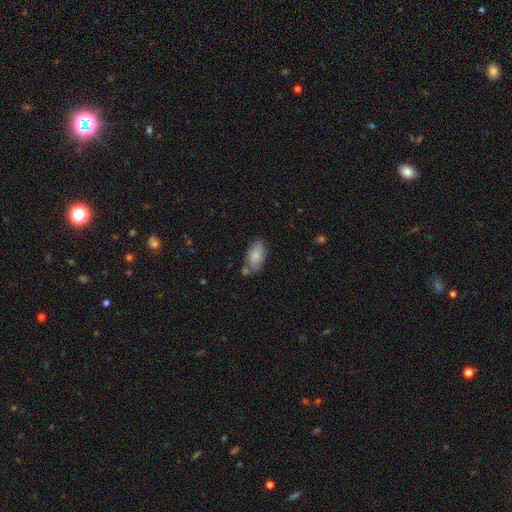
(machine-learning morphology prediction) Smooth or featured? smooth (82%)
How rounded? in between (92%)
Merging? none (68%)